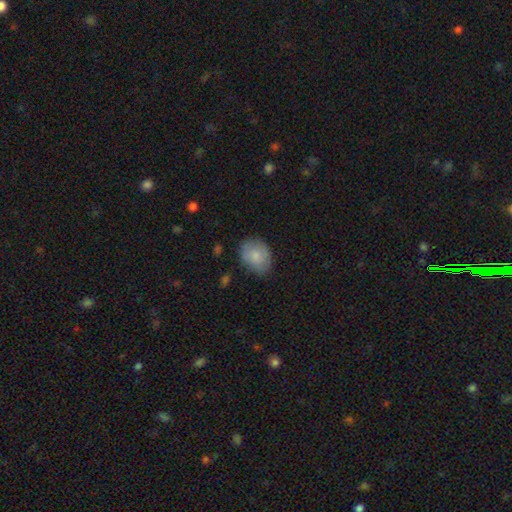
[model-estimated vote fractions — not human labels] A smooth galaxy with no disk features (79%) that is in between round and cigar-shaped (60%). Merging: none (69%).